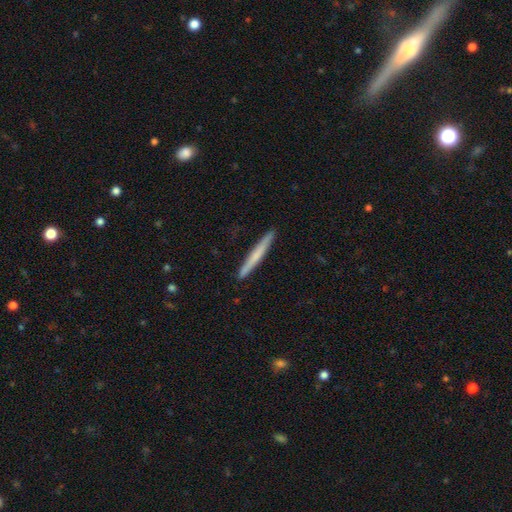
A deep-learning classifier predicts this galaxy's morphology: A smooth galaxy with no disk features (56%) that is cigar-shaped (97%).

Vote fractions:
- Smooth or featured? smooth: 56% / featured or disk: 38% / star or artifact: 6%
- How rounded? cigar-shaped: 97% / in between: 2% / round: 1%
- Merging? none: 92% / minor disturbance: 6% / major disturbance: 1% / merger: 1%